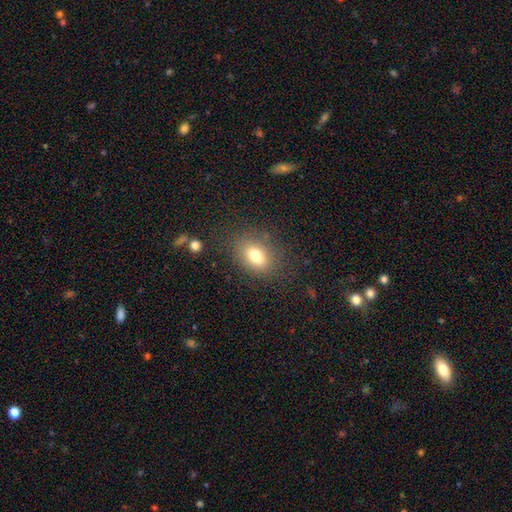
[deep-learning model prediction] Q: Smooth or featured?
A: smooth (77%); runner-up: featured or disk (12%)
Q: How rounded?
A: in between (74%); runner-up: round (24%)
Q: Merging?
A: none (80%); runner-up: minor disturbance (12%)